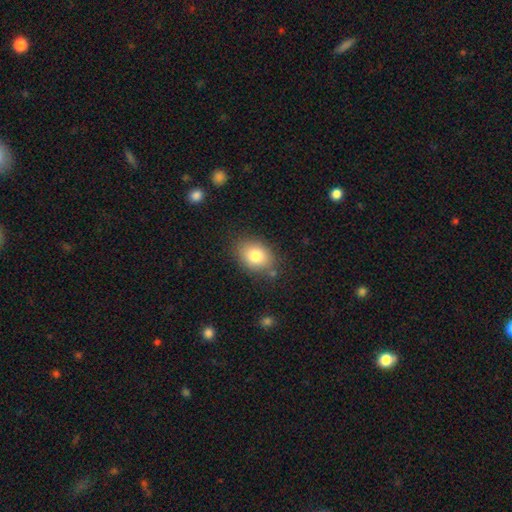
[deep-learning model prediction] smooth 81%, featured or disk 10%, star or artifact 9%. Down the decision tree: how rounded — in between (68%); merging — none (78%).